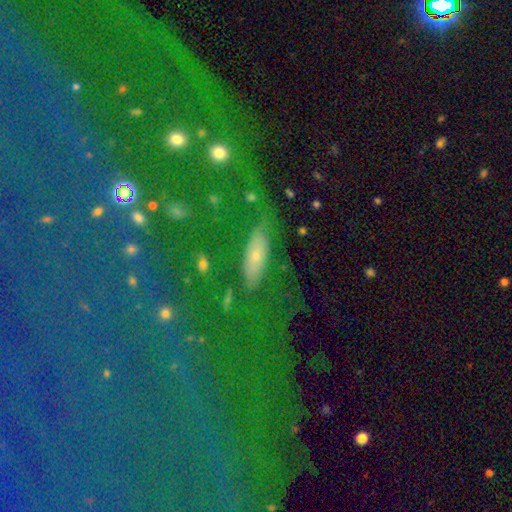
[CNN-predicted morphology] smooth 54%, featured or disk 30%, star or artifact 16%. Down the decision tree: how rounded — in between (54%); merging — none (72%).